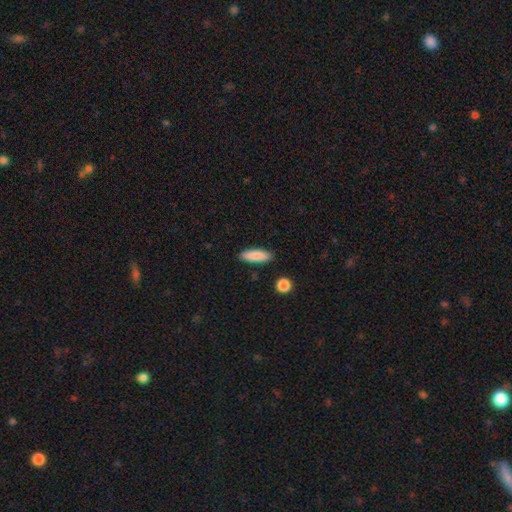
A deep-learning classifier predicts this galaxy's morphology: A smooth galaxy with no disk features (86%) that is cigar-shaped (53%).

Vote fractions:
- Smooth or featured? smooth: 86% / featured or disk: 8% / star or artifact: 6%
- How rounded? cigar-shaped: 53% / in between: 45% / round: 2%
- Merging? none: 88% / minor disturbance: 8% / merger: 2% / major disturbance: 2%